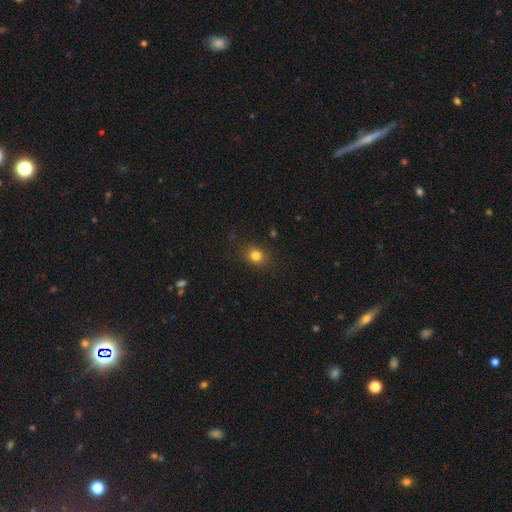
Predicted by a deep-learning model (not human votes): smooth-or-featured: smooth: 81% | star or artifact: 13% | featured or disk: 7%
  how-rounded: round: 63% | in between: 36% | cigar-shaped: 1%
  merging: none: 83% | minor disturbance: 12% | major disturbance: 4% | merger: 1%